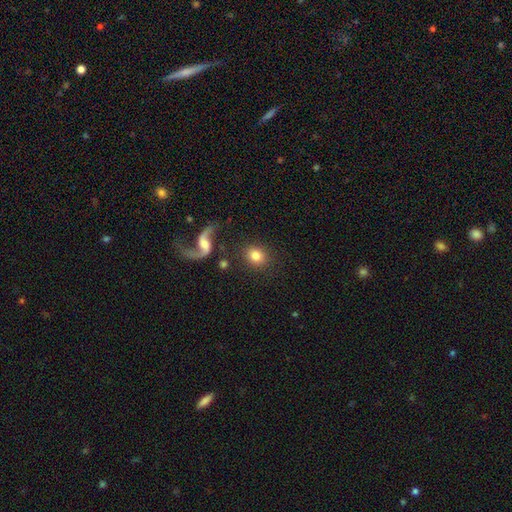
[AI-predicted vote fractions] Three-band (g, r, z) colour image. It shows a smooth galaxy with no disk features (77%) that is round (70%). Merging: none (81%).